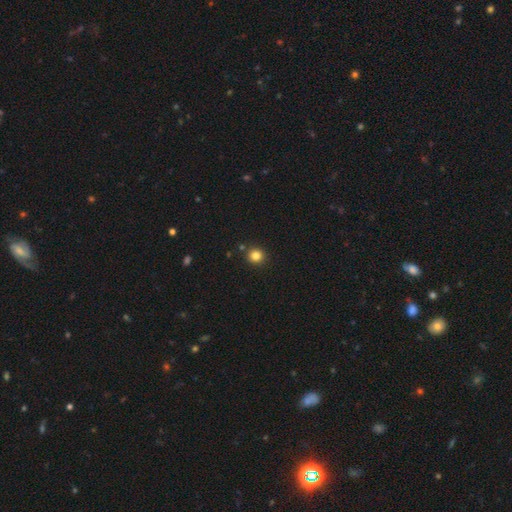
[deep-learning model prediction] This is clearly a smooth galaxy (82%). How rounded: clearly round (92%). Merging: clearly none (88%).